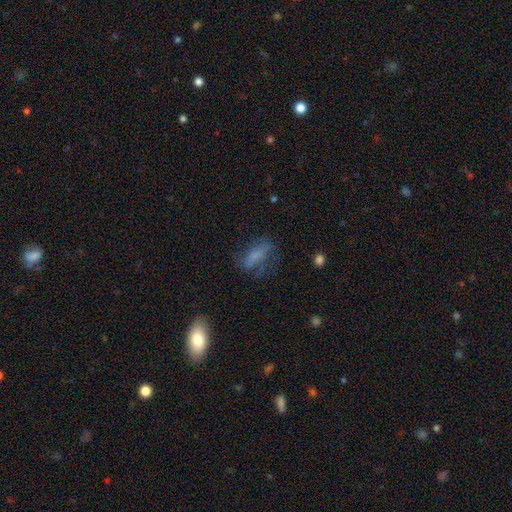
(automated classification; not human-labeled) smooth_or_featured: smooth (p=0.59) [alt: featured or disk p=0.28]
how_rounded: in between (p=0.67) [alt: cigar-shaped p=0.27]
merging: none (p=0.48) [alt: major disturbance p=0.25]